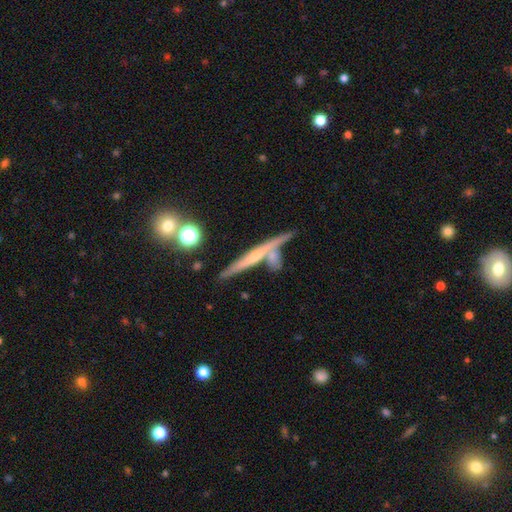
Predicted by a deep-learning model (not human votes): A featured or disk galaxy (65%) viewed edge-on (91%) with no central bulge (48%).

Vote fractions:
- Smooth or featured? featured or disk: 65% / smooth: 26% / star or artifact: 9%
- Edge-on disk? yes: 91% / no: 9%
- Edge-on bulge? none: 48% / rounded: 44% / boxy: 8%
- Merging? none: 58% / merger: 23% / minor disturbance: 13% / major disturbance: 6%